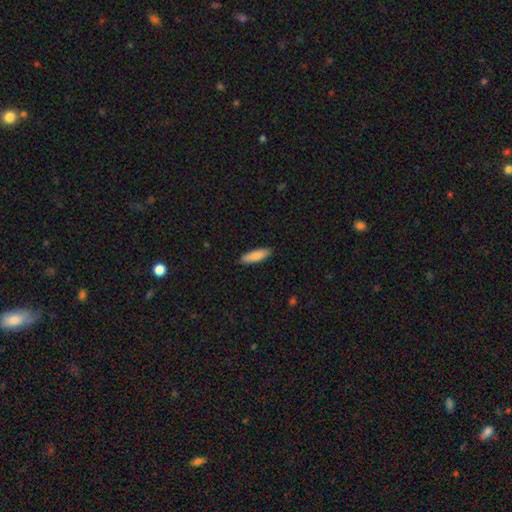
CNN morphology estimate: smooth-or-featured: smooth: 86% | featured or disk: 9% | star or artifact: 5%
  how-rounded: cigar-shaped: 57% | in between: 42% | round: 2%
  merging: none: 90% | minor disturbance: 8% | major disturbance: 2% | merger: 1%